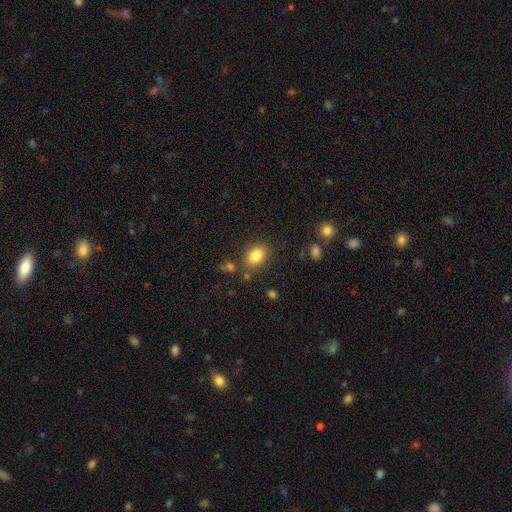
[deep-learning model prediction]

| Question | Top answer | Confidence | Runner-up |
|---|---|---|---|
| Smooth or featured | smooth | 84% | star or artifact (9%) |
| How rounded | in between | 68% | round (31%) |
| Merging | none | 80% | minor disturbance (12%) |